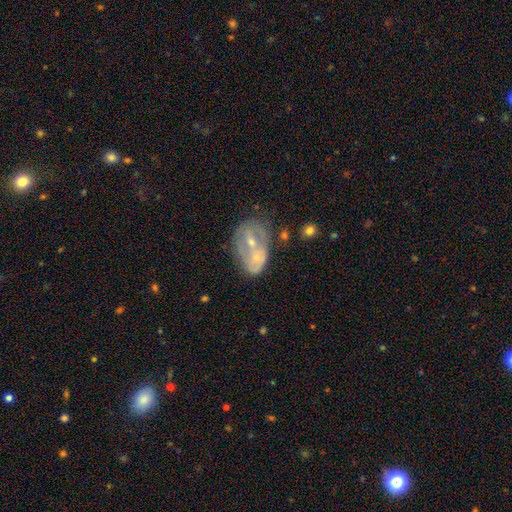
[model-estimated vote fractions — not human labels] Smooth or featured? featured or disk (57%)
Edge-on disk? no (96%)
Bar? no (72%)
Spiral arms? no (63%)
Bulge size? small (59%)
Merging? merger (57%)